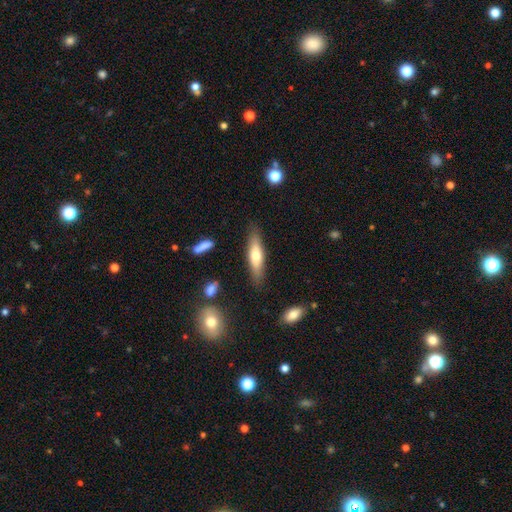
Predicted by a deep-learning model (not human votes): Smooth or featured? smooth (60%)
How rounded? cigar-shaped (70%)
Merging? none (83%)